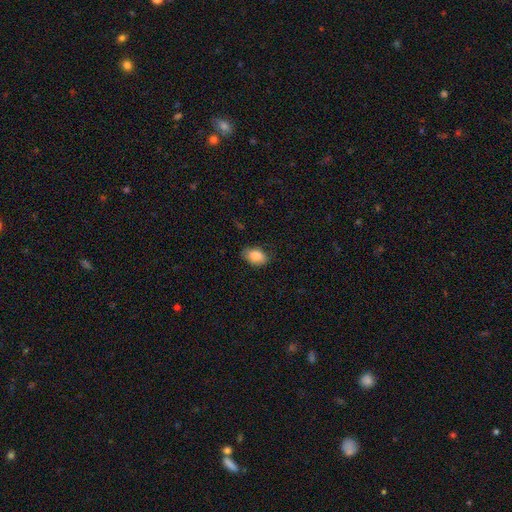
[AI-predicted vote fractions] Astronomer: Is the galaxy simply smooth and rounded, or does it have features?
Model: smooth — 84%.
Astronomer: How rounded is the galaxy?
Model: in between — 86%.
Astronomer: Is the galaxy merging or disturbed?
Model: none — 79%.